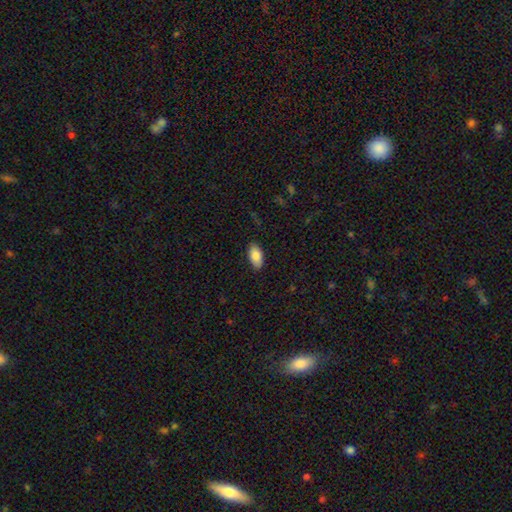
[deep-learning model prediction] Q: Smooth or featured?
A: smooth (84%); runner-up: featured or disk (10%)
Q: How rounded?
A: in between (93%); runner-up: cigar-shaped (4%)
Q: Merging?
A: none (86%); runner-up: minor disturbance (11%)